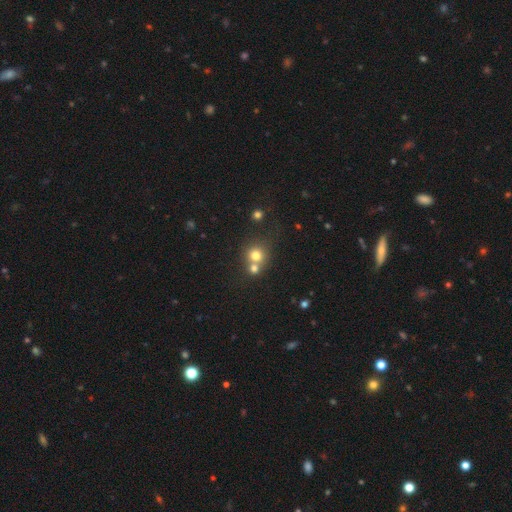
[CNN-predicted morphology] smooth-or-featured: smooth: 74% | star or artifact: 14% | featured or disk: 12%
  how-rounded: round: 86% | in between: 13% | cigar-shaped: 1%
  merging: merger: 48% | none: 42% | minor disturbance: 6% | major disturbance: 3%